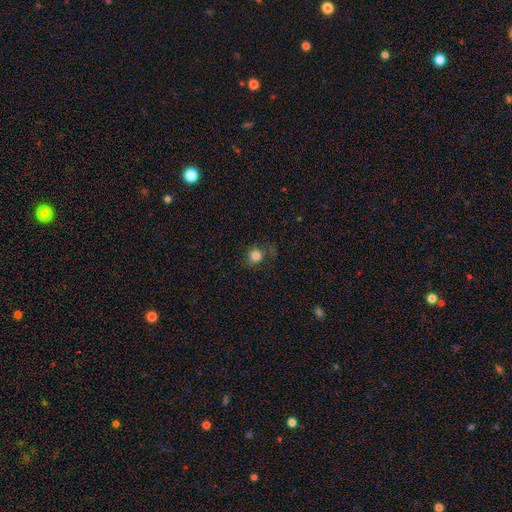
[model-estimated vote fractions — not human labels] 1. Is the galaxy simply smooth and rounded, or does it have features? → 80% smooth, 13% star or artifact, 6% featured or disk.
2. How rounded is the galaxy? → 86% round, 13% in between, 1% cigar-shaped.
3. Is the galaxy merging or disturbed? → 75% none, 16% minor disturbance, 7% major disturbance, 2% merger.